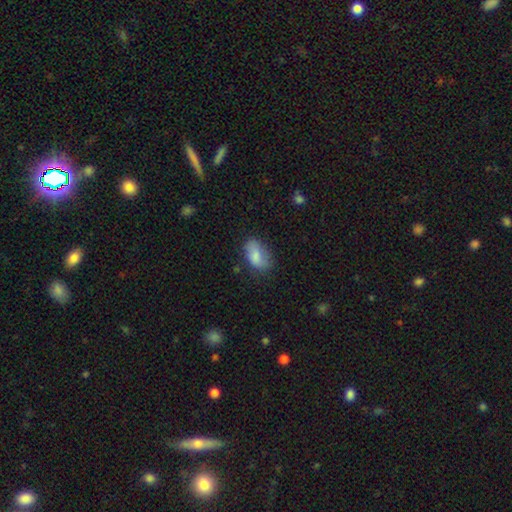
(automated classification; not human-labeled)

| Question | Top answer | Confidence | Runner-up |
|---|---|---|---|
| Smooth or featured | smooth | 79% | featured or disk (14%) |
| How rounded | in between | 92% | round (7%) |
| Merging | none | 59% | minor disturbance (28%) |